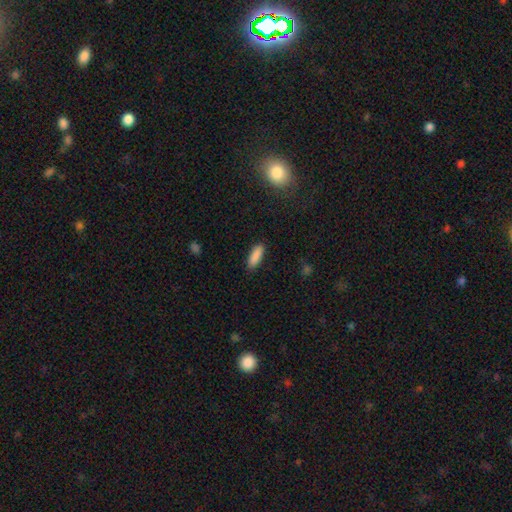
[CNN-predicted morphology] smooth_or_featured: smooth (p=0.89) [alt: star or artifact p=0.07]
how_rounded: in between (p=0.59) [alt: cigar-shaped p=0.39]
merging: none (p=0.88) [alt: minor disturbance p=0.09]